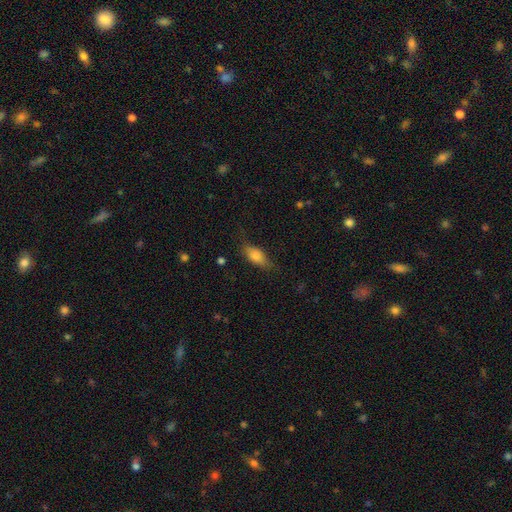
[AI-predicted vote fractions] smooth-or-featured: smooth: 74% | featured or disk: 18% | star or artifact: 8%
  how-rounded: in between: 79% | cigar-shaped: 17% | round: 4%
  merging: none: 68% | minor disturbance: 23% | major disturbance: 7% | merger: 1%